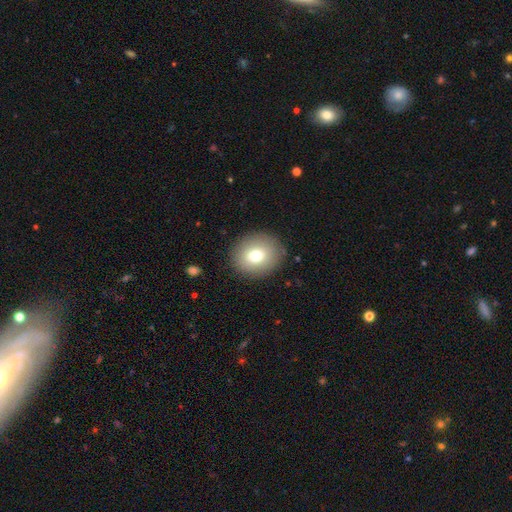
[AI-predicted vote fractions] smooth 77%, featured or disk 14%, star or artifact 9%. Down the decision tree: how rounded — round (71%); merging — none (88%).